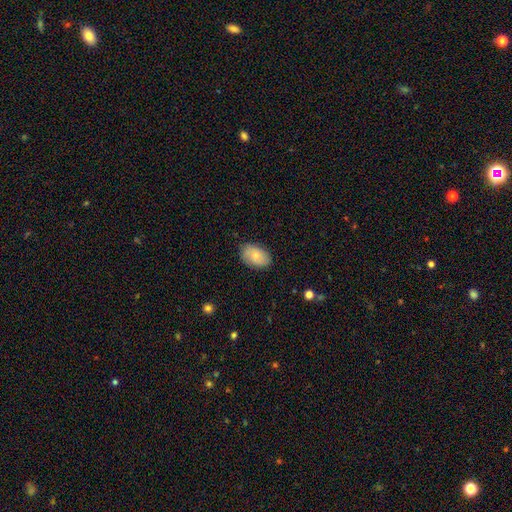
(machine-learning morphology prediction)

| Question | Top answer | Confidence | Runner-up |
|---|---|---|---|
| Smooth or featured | smooth | 76% | featured or disk (17%) |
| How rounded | in between | 90% | round (9%) |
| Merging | none | 82% | minor disturbance (14%) |